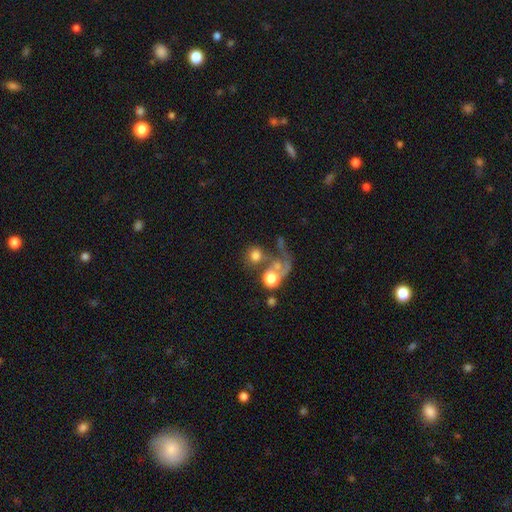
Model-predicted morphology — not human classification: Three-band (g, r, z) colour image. It shows a smooth galaxy with no disk features (68%) that is round (81%). Merging: merger (38%).